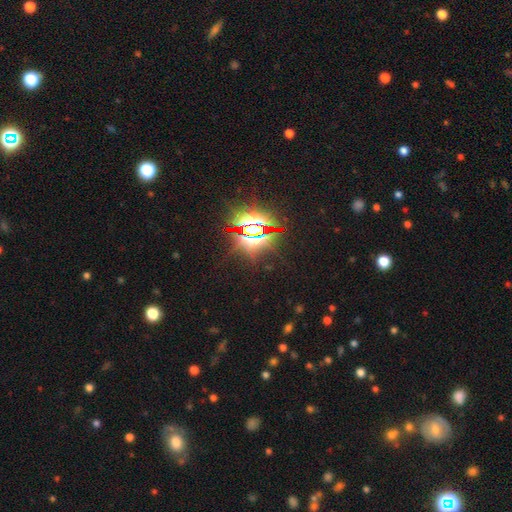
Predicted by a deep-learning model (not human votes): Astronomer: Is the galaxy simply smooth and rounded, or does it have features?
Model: star or artifact — 84%.